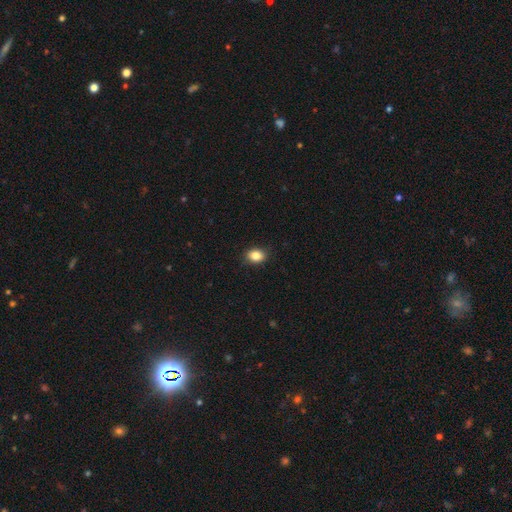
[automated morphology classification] A smooth galaxy with no disk features (85%) that is in between round and cigar-shaped (67%). Merging: none (87%).